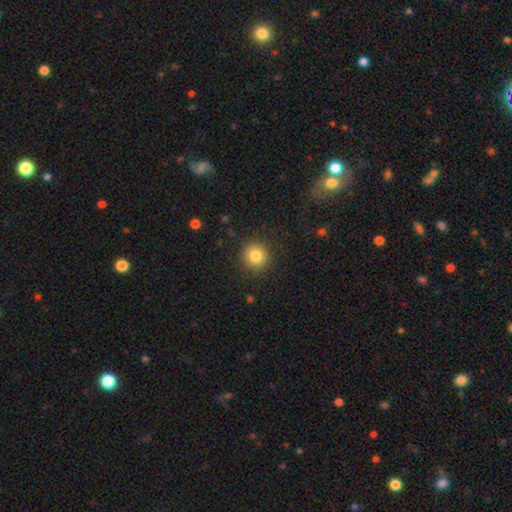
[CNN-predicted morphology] This appears to be a smooth galaxy with no disk features (83%) that is round (92%). Merging: none (89%).